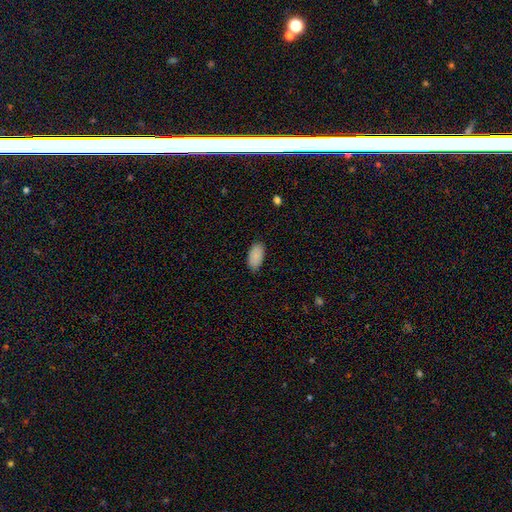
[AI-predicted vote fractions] The model was most divided on "merging": none: 85%, minor disturbance: 12%, major disturbance: 2%, merger: 1%. More confident: how rounded — in between (95%); smooth or featured — smooth (89%).